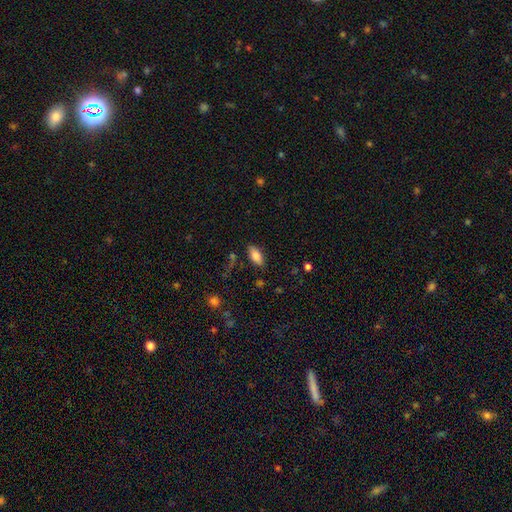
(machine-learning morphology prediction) smooth_or_featured: smooth (p=0.84) [alt: featured or disk p=0.08]
how_rounded: in between (p=0.89) [alt: cigar-shaped p=0.09]
merging: none (p=0.83) [alt: minor disturbance p=0.12]